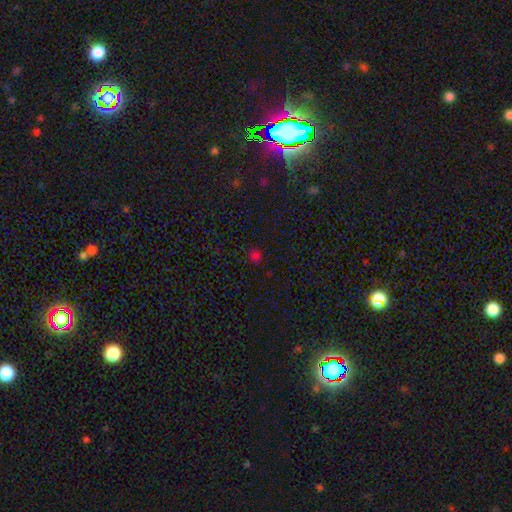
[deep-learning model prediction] smooth_or_featured: smooth (p=0.64) [alt: star or artifact p=0.31]
how_rounded: round (p=0.85) [alt: in between p=0.14]
merging: none (p=0.84) [alt: minor disturbance p=0.11]